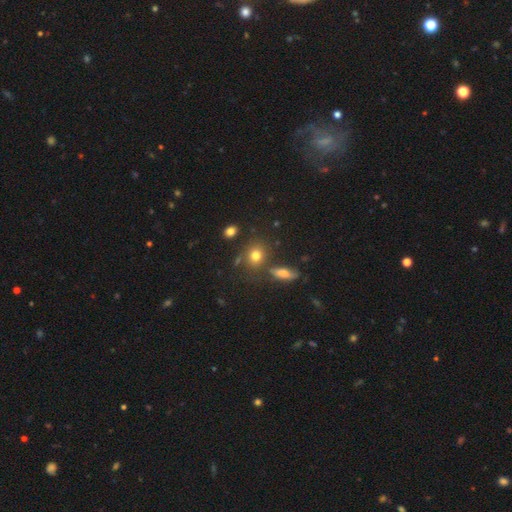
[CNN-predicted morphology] This is likely a smooth galaxy (77%). How rounded: likely round (64%). Merging: likely none (70%).